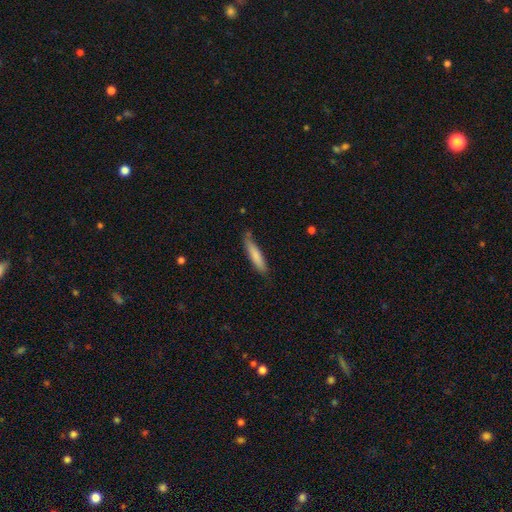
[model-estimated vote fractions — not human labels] Smooth or featured? Predicted: smooth (p=0.80). How rounded? Predicted: cigar-shaped (p=0.84). Merging? Predicted: none (p=0.73).